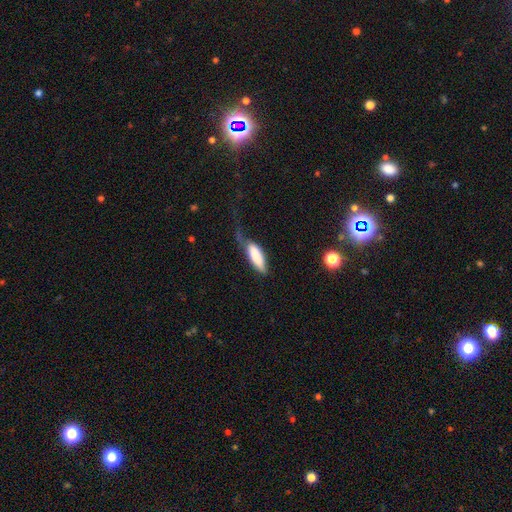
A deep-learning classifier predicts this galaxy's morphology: Smooth or featured?
  - smooth: 80% *
  - featured or disk: 14%
  - star or artifact: 6%
How rounded?
  - in between: 58% *
  - cigar-shaped: 41%
  - round: 2%
Merging?
  - major disturbance: 37% *
  - minor disturbance: 32%
  - none: 26%
  - merger: 4%